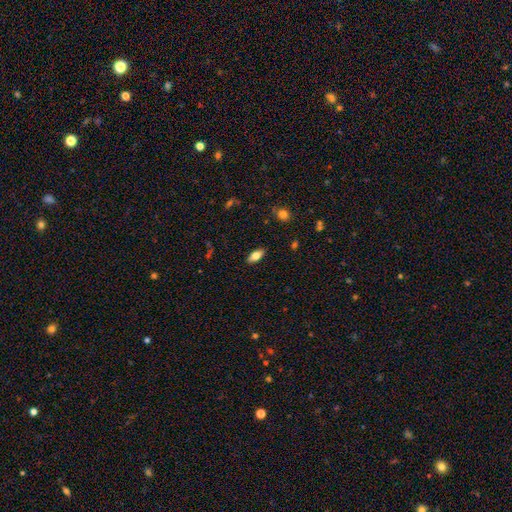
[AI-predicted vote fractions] Morphology: type=smooth (69%); roundness=in between (82%); merging=none (89%).